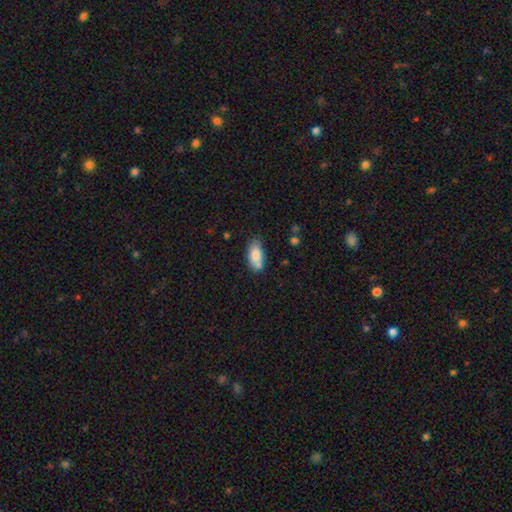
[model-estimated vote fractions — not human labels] This is clearly a smooth galaxy (81%). How rounded: clearly in between (89%). Merging: possibly none (59%).